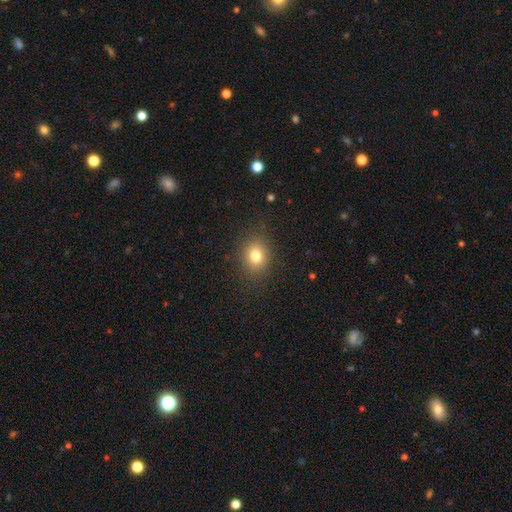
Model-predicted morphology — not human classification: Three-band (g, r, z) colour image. It shows a smooth galaxy with no disk features (79%) that is round (56%). Merging: none (87%).